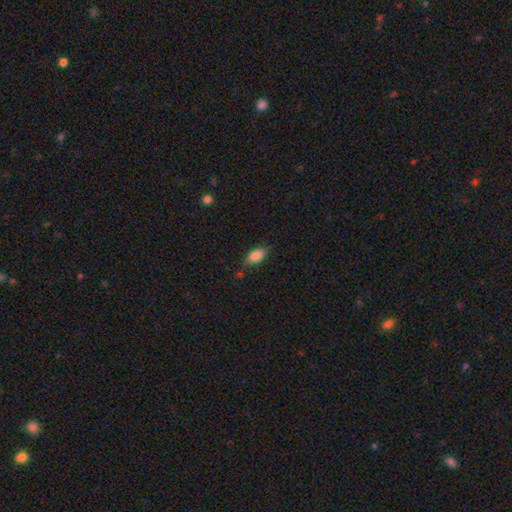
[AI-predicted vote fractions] Smooth or featured? smooth (86%)
How rounded? in between (89%)
Merging? none (68%)